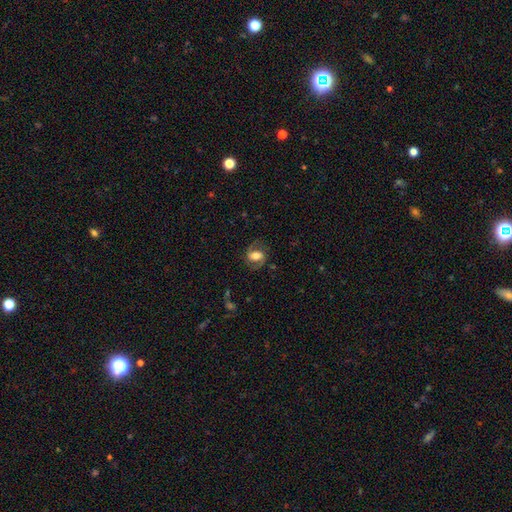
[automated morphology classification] A featured or disk galaxy (59%) with a weak bar (40%), spiral arms (86%) and a moderate central bulge (49%). Merging: none (72%).